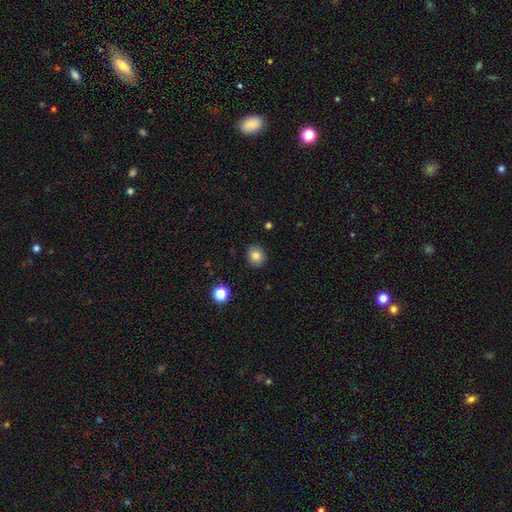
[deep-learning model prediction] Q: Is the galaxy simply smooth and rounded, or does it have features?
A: smooth — 83%.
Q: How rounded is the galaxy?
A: round — 80%.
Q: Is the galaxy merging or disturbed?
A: none — 90%.